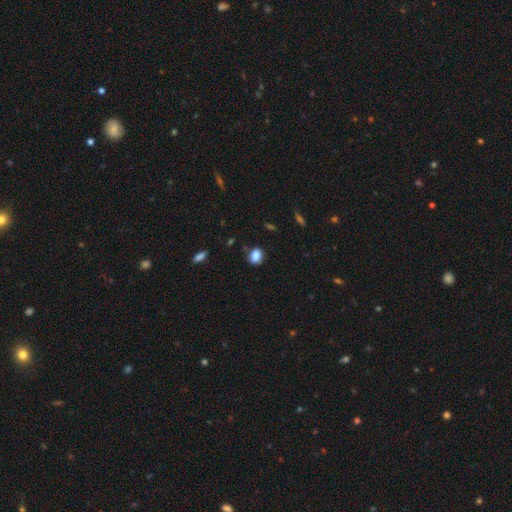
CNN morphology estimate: Smooth or featured? smooth (85%)
How rounded? in between (63%)
Merging? none (77%)